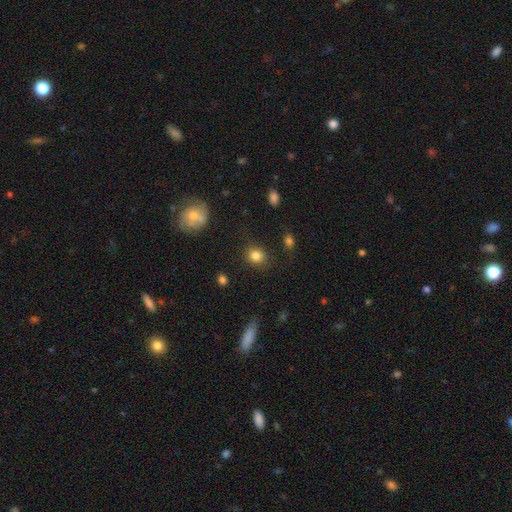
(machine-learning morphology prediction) Smooth or featured?
  - smooth: 83% *
  - star or artifact: 11%
  - featured or disk: 6%
How rounded?
  - round: 76% *
  - in between: 23%
  - cigar-shaped: 1%
Merging?
  - none: 82% *
  - minor disturbance: 12%
  - major disturbance: 4%
  - merger: 2%